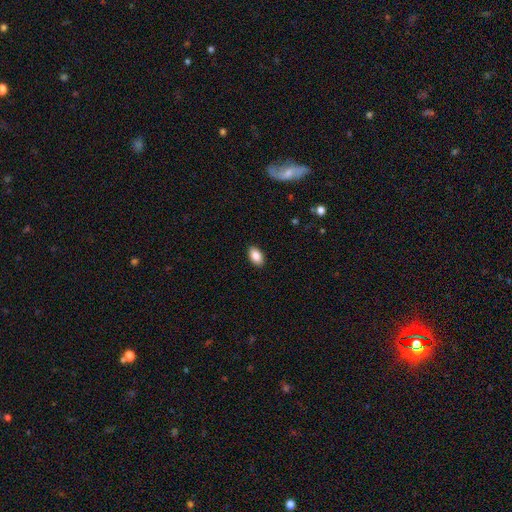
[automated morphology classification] Smooth or featured? smooth (87%)
How rounded? in between (93%)
Merging? none (90%)